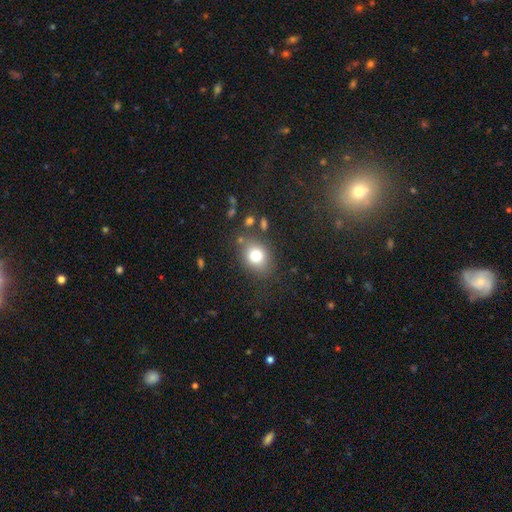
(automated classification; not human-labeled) A smooth galaxy with no disk features (79%) that is round (53%).

Vote fractions:
- Smooth or featured? smooth: 79% / star or artifact: 11% / featured or disk: 10%
- How rounded? round: 53% / in between: 46% / cigar-shaped: 1%
- Merging? none: 76% / minor disturbance: 14% / major disturbance: 6% / merger: 4%